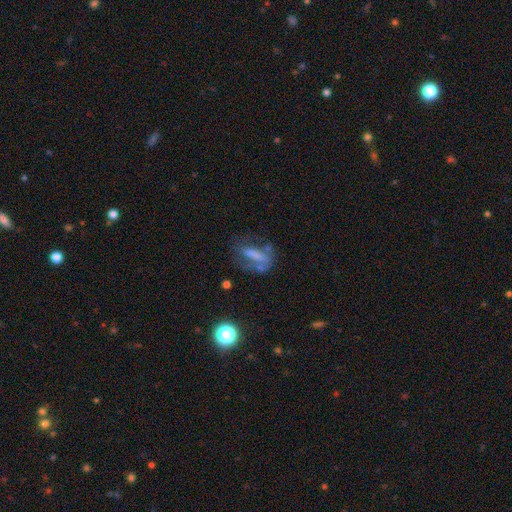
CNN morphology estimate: Smooth or featured?
  - smooth: 46% *
  - featured or disk: 38%
  - star or artifact: 16%
Merging?
  - none: 38% *
  - major disturbance: 33%
  - minor disturbance: 21%
  - merger: 8%